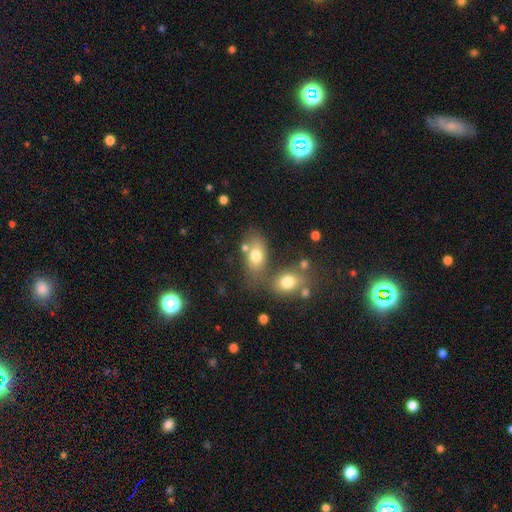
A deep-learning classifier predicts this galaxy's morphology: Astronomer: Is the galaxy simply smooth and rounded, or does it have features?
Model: smooth — 74%.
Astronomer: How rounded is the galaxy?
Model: in between — 82%.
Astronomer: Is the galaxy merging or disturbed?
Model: none — 52% (runner-up: merger, 28%).